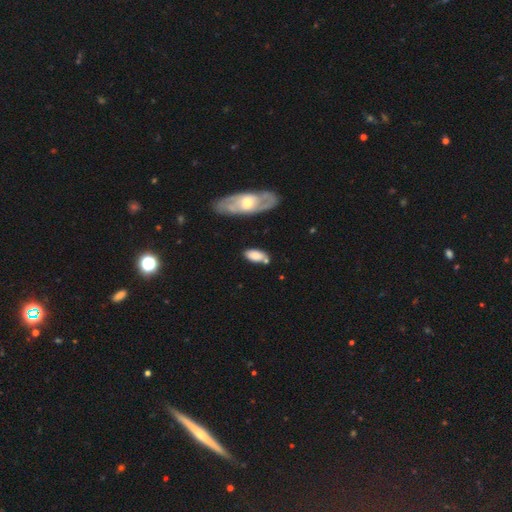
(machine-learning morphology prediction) Smooth or featured? Predicted: smooth (p=0.74). How rounded? Predicted: in between (p=0.88). Merging? Predicted: none (p=0.66).